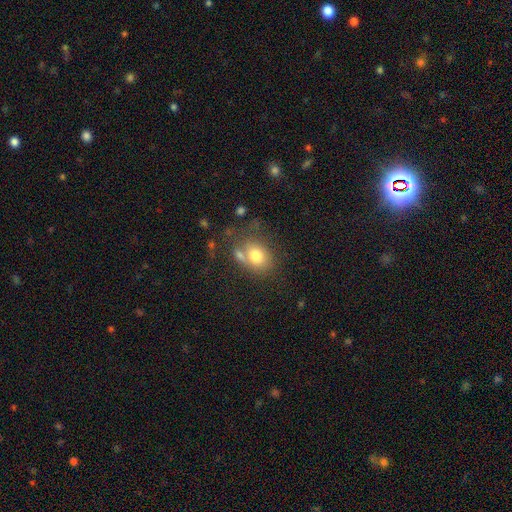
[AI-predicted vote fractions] This appears to be a smooth galaxy with no disk features (75%) that is in between round and cigar-shaped (55%). Merging: none (50%).